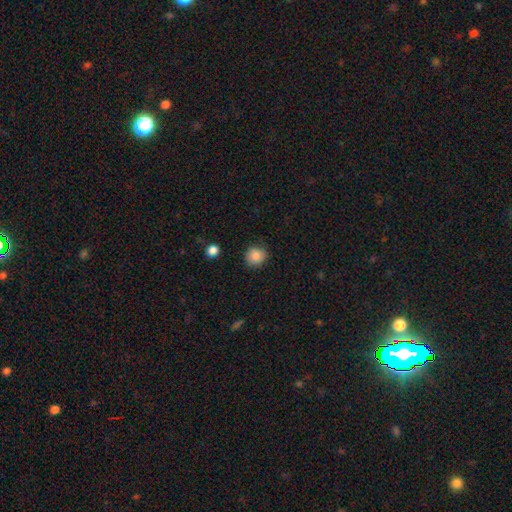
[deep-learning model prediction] This appears to be a smooth galaxy with no disk features (87%) that is round (85%). Merging: none (84%).